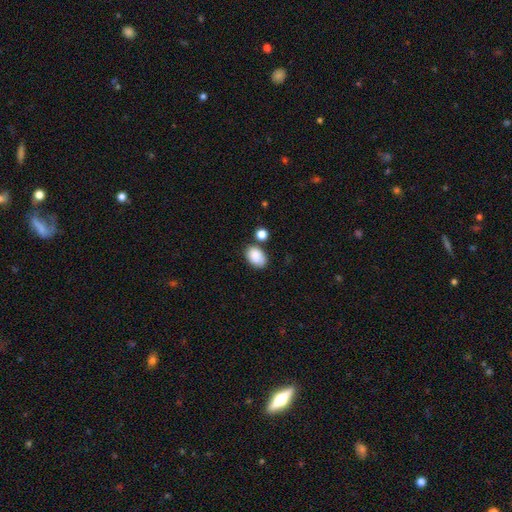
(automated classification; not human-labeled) Smooth or featured? Predicted: smooth (p=0.86). How rounded? Predicted: in between (p=0.83). Merging? Predicted: none (p=0.63).